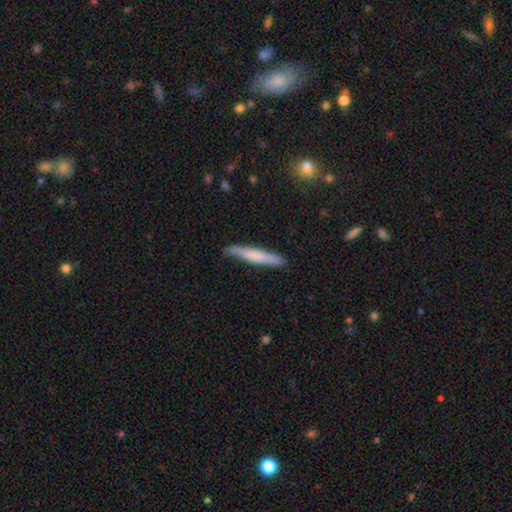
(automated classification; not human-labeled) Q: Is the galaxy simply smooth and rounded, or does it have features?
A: smooth — 64%.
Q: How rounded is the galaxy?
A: cigar-shaped — 94%.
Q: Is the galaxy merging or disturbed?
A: none — 86%.